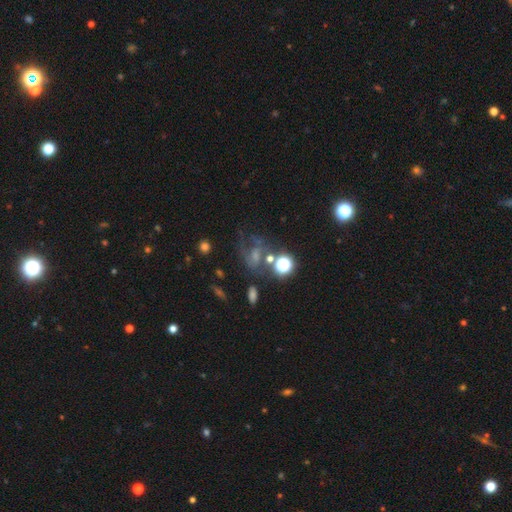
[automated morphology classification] Smooth or featured? featured or disk (38%)
Merging? none (40%)